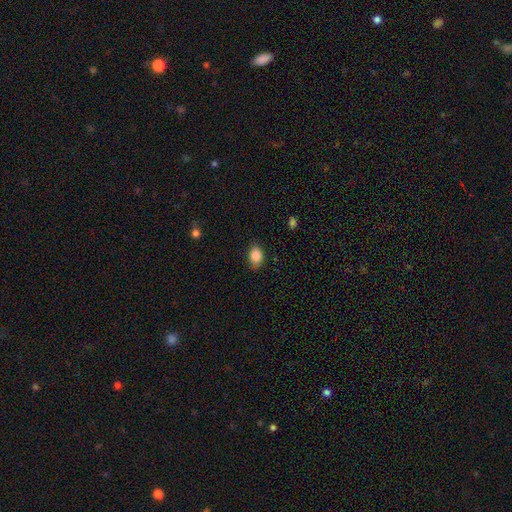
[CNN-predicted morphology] Smooth or featured: smooth — 87% (star or artifact — 8%)
How rounded: in between — 76% (round — 22%)
Merging: none — 81% (minor disturbance — 15%)